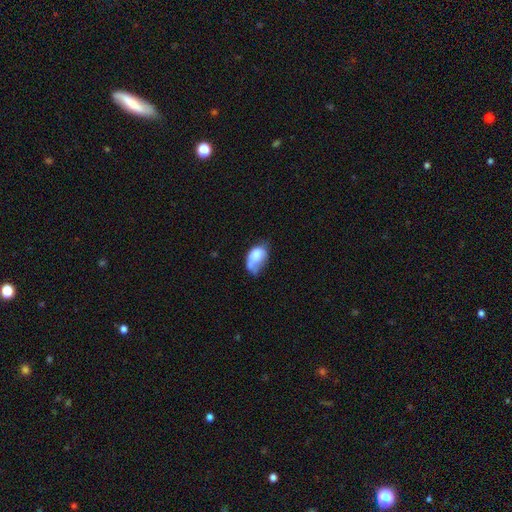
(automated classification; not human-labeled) Smooth or featured?
  - smooth: 70% *
  - featured or disk: 22%
  - star or artifact: 8%
How rounded?
  - in between: 91% *
  - round: 8%
  - cigar-shaped: 2%
Merging?
  - minor disturbance: 34% *
  - major disturbance: 28%
  - none: 27%
  - merger: 11%